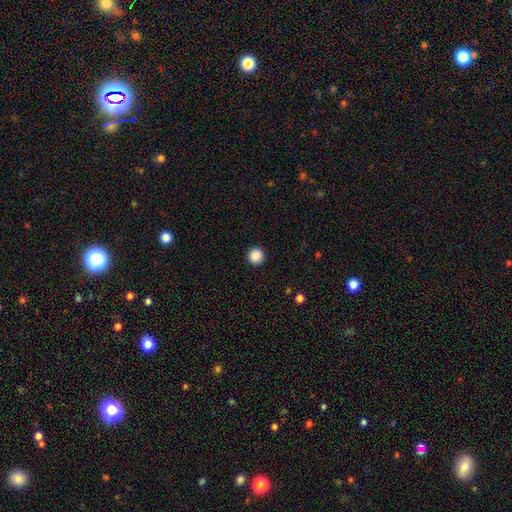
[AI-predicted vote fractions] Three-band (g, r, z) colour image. It shows a smooth galaxy with no disk features (88%) that is round (96%). Merging: none (93%).